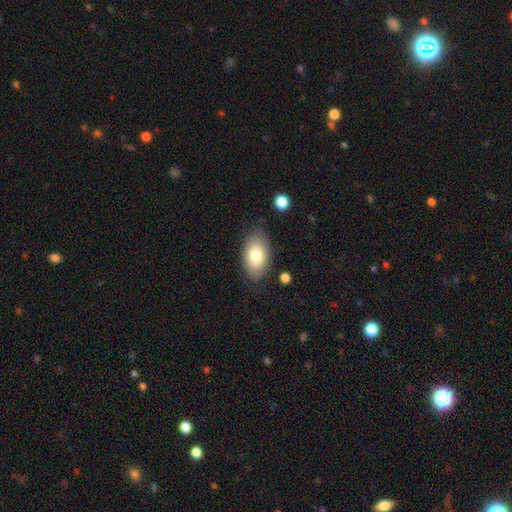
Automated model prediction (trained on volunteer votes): This is clearly a smooth galaxy (81%). How rounded: clearly in between (94%). Merging: likely none (79%).